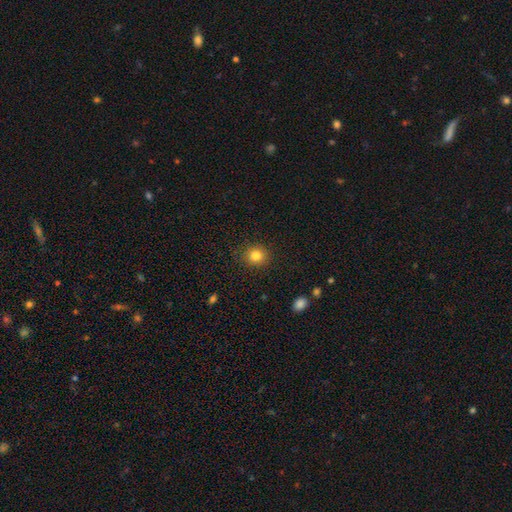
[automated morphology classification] smooth-or-featured: smooth: 82% | star or artifact: 12% | featured or disk: 6%
  how-rounded: round: 85% | in between: 14% | cigar-shaped: 1%
  merging: none: 89% | minor disturbance: 7% | major disturbance: 2% | merger: 1%